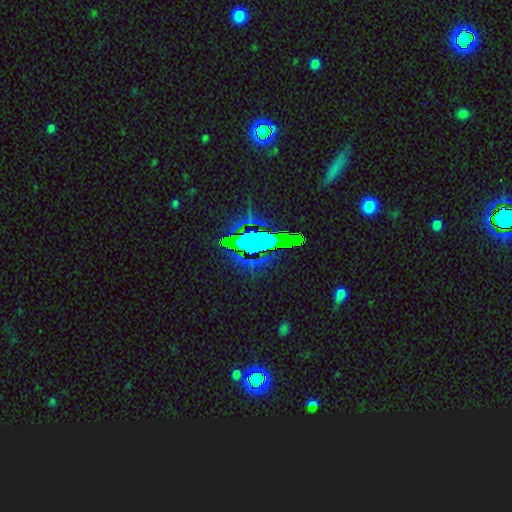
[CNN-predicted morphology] smooth-or-featured: star or artifact: 78% | smooth: 12% | featured or disk: 10%